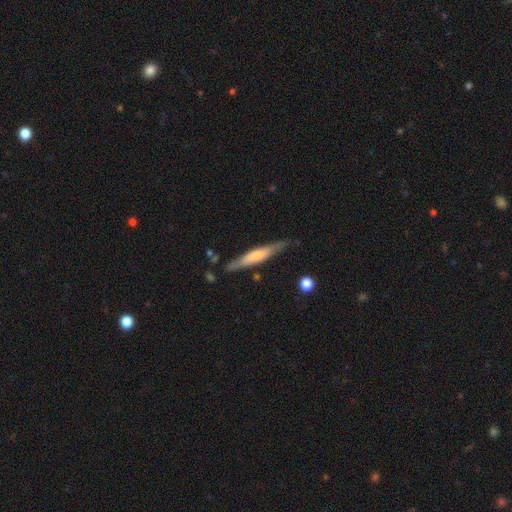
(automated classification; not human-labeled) smooth_or_featured: smooth (p=0.49) [alt: featured or disk p=0.45]
merging: none (p=0.80) [alt: minor disturbance p=0.15]